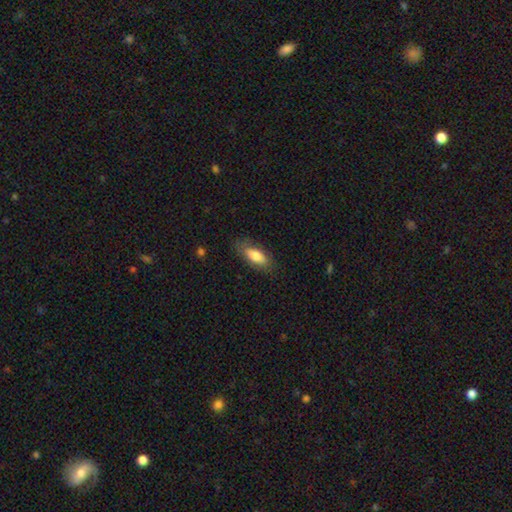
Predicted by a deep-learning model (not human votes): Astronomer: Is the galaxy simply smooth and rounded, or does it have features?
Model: smooth — 75%.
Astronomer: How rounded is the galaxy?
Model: in between — 79%.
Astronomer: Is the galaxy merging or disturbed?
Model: none — 78%.